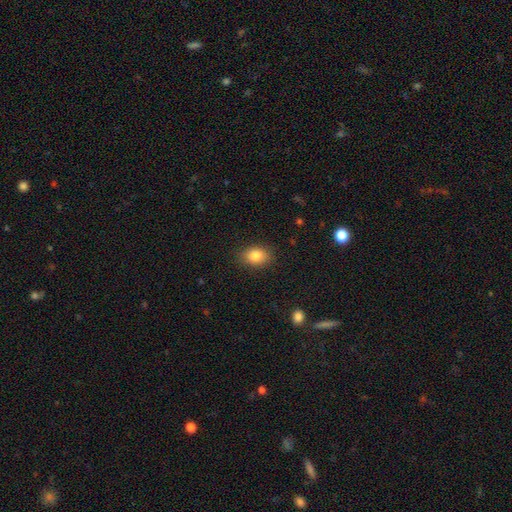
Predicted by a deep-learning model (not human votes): smooth 83%, star or artifact 9%, featured or disk 8%. Down the decision tree: how rounded — in between (69%); merging — none (87%).